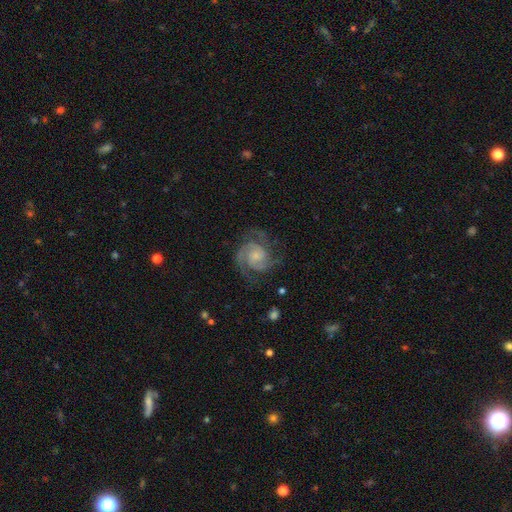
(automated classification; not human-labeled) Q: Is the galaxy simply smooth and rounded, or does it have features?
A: featured or disk — 89%.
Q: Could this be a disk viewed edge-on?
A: no — 98%.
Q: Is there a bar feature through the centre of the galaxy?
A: no — 68%.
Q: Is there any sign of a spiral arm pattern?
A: yes — 98%.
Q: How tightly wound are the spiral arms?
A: tight — 47%.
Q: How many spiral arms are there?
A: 2 — 65%.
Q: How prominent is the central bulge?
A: small — 53%.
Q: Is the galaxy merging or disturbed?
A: none — 72%.